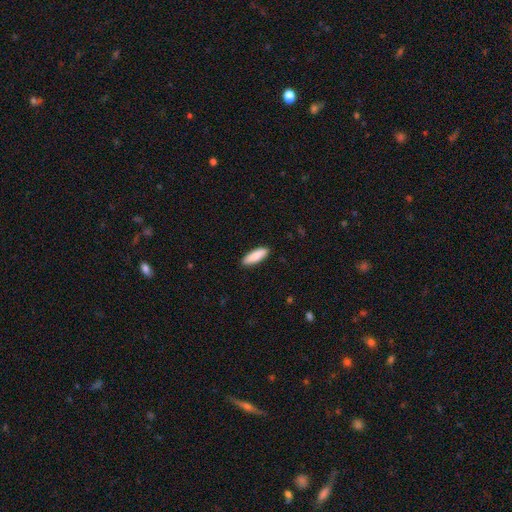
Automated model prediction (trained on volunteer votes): Overall: smooth (87%). How rounded: in between (55%; cigar-shaped 43%). Merging: none (90%).